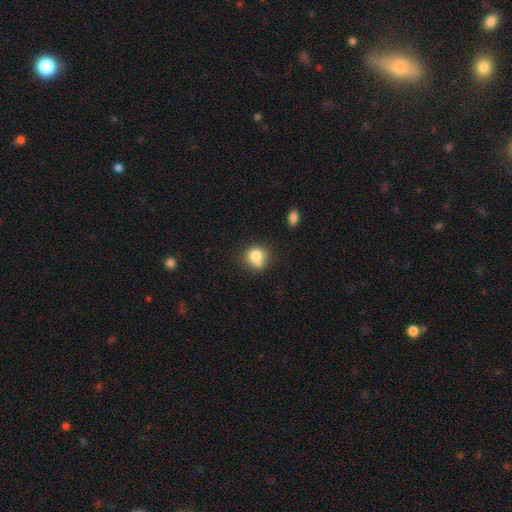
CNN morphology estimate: A smooth galaxy with no disk features (77%) that is round (76%).

Vote fractions:
- Smooth or featured? smooth: 77% / featured or disk: 12% / star or artifact: 10%
- How rounded? round: 76% / in between: 22% / cigar-shaped: 1%
- Merging? none: 49% / merger: 22% / minor disturbance: 21% / major disturbance: 7%